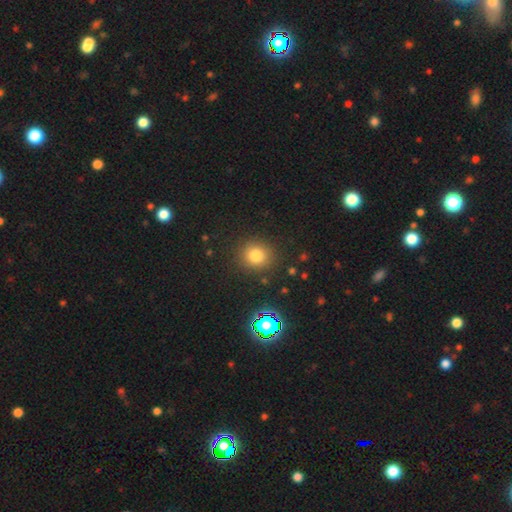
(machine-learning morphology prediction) This is likely a smooth galaxy (77%). How rounded: clearly round (84%). Merging: clearly none (87%).